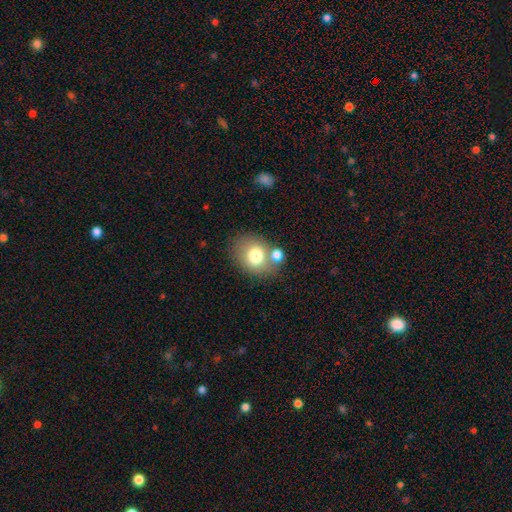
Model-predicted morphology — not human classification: Smooth or featured: smooth — 74% (featured or disk — 16%)
How rounded: in between — 50% (round — 49%)
Merging: none — 62% (merger — 20%)